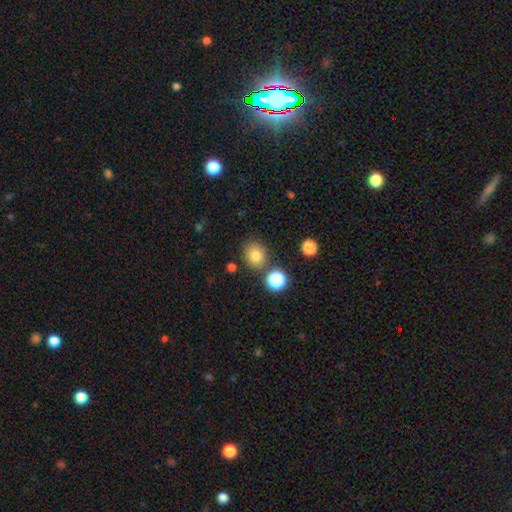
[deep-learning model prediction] This appears to be a smooth galaxy with no disk features (79%) that is round (74%). Merging: none (78%).